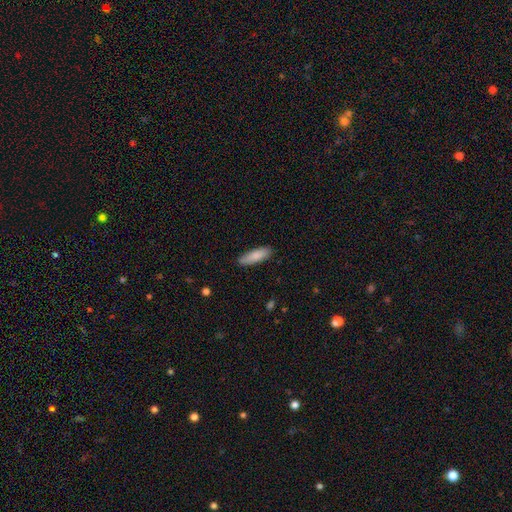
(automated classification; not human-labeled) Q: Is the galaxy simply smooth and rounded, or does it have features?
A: smooth — 84%.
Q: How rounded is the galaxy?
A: cigar-shaped — 53%.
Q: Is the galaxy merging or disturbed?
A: none — 86%.